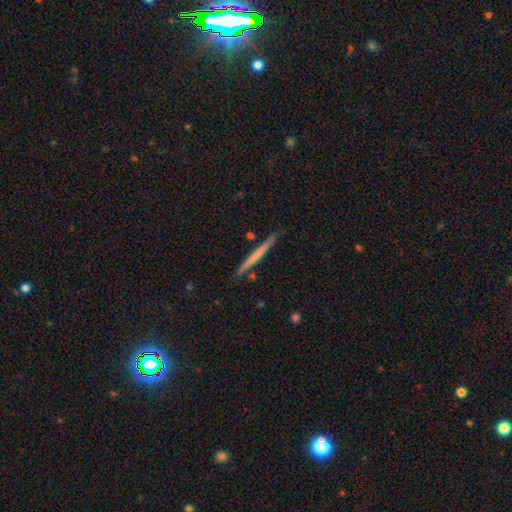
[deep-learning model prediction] Smooth or featured? smooth (53%)
How rounded? cigar-shaped (97%)
Merging? none (87%)